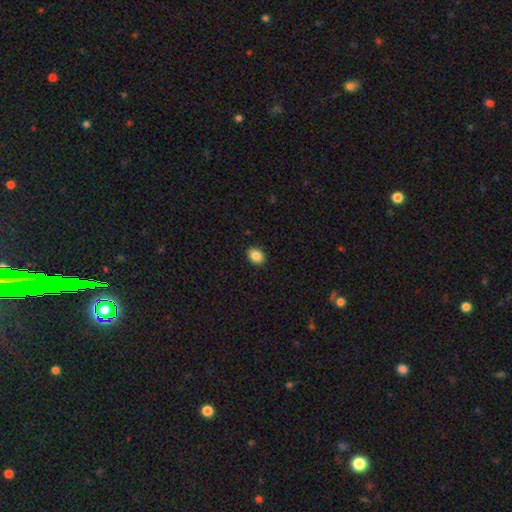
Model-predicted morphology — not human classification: Overall: smooth (88%). How rounded: in between (66%; round 33%). Merging: none (90%).